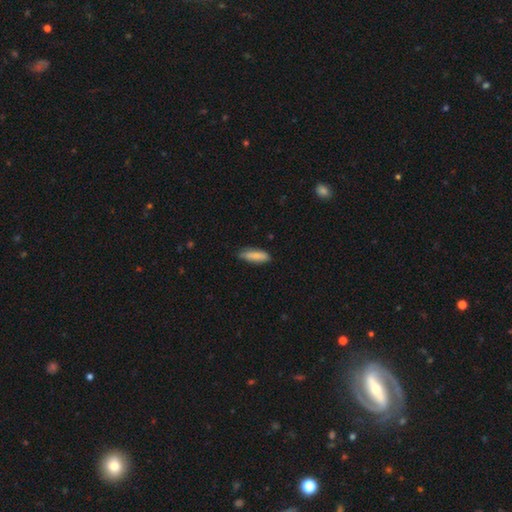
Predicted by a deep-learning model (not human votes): This is clearly a smooth galaxy (82%). How rounded: possibly in between (50%). Merging: likely none (76%).